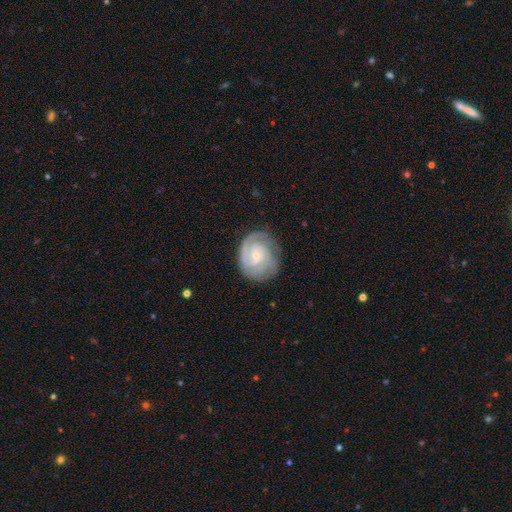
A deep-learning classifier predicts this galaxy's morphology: This is clearly a featured or disk galaxy (81%). It is clearly not viewed edge-on (98%). Bar: possibly no (57%). Spiral arm pattern: clearly yes (96%). Spiral arm count: marginally 2 (40%). Spiral winding: likely tight (67%). Central bulge: likely small (69%). Merging: likely none (75%).